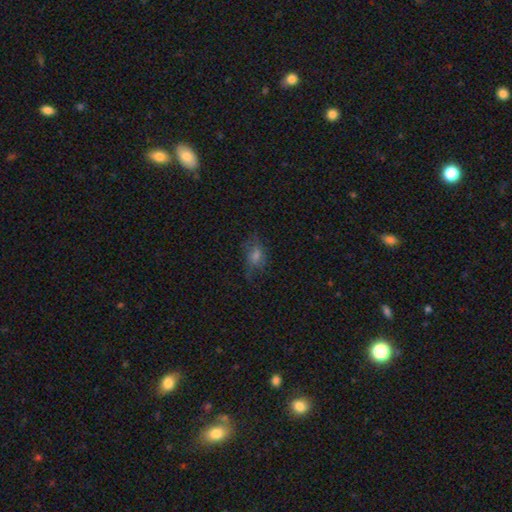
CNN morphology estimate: smooth_or_featured: smooth (p=0.50) [alt: featured or disk p=0.28]
how_rounded: in between (p=0.69) [alt: round p=0.28]
merging: none (p=0.60) [alt: minor disturbance p=0.23]